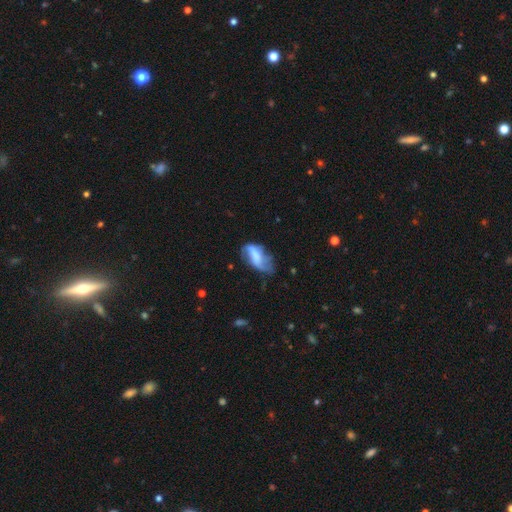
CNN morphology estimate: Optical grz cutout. It shows a featured or disk galaxy (50%). Merging: none (36%).